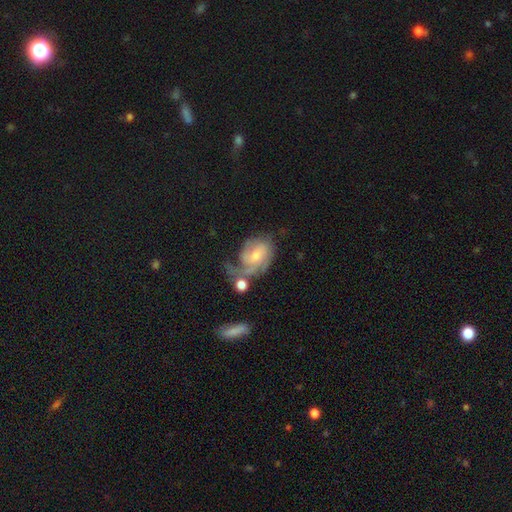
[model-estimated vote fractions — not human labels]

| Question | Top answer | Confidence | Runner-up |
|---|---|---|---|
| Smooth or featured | featured or disk | 75% | smooth (19%) |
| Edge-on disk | no | 97% | yes (3%) |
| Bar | no | 58% | weak (36%) |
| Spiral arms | yes | 91% | no (9%) |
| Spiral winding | tight | 41% | medium (40%) |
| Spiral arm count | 2 | 31% | can't tell (26%) |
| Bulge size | small | 50% | moderate (41%) |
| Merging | none | 31% | tied: major disturbance (31%) |